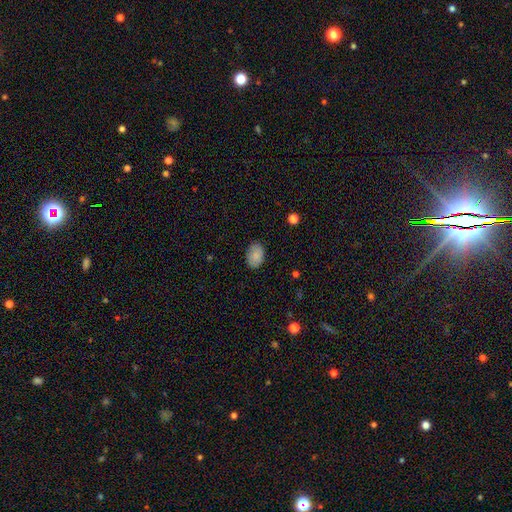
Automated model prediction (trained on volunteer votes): Smooth or featured? smooth (85%)
How rounded? in between (85%)
Merging? none (83%)